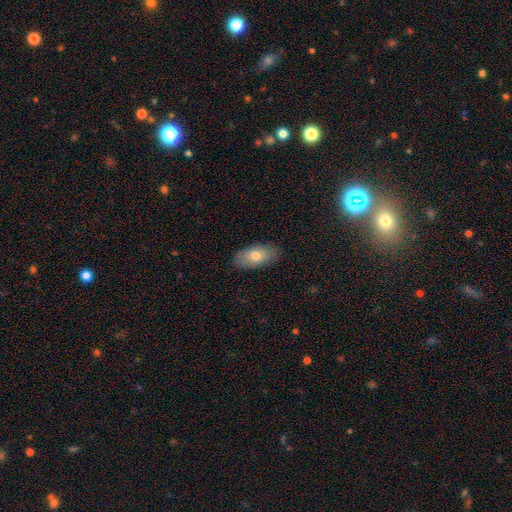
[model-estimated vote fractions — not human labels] A smooth galaxy with no disk features (74%) that is in between round and cigar-shaped (89%). Merging: none (86%).